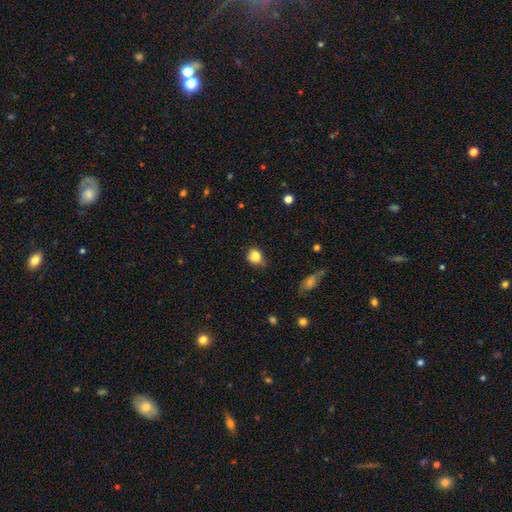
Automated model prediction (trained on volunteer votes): Smooth or featured: smooth — 82% (star or artifact — 10%)
How rounded: round — 64% (in between — 35%)
Merging: none — 54% (minor disturbance — 35%)